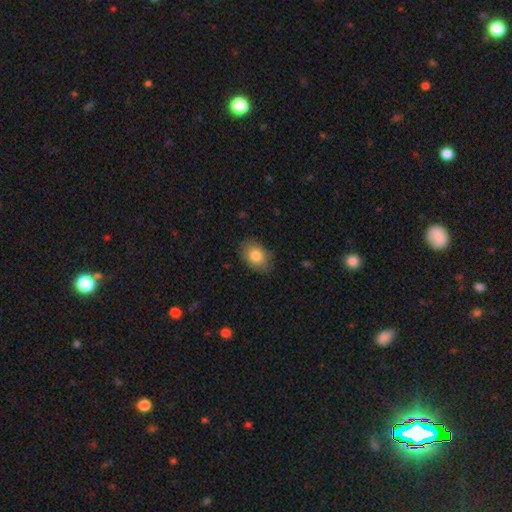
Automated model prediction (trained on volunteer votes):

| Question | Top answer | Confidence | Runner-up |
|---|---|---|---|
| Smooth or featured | smooth | 81% | featured or disk (10%) |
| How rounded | in between | 79% | round (20%) |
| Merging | none | 82% | minor disturbance (14%) |